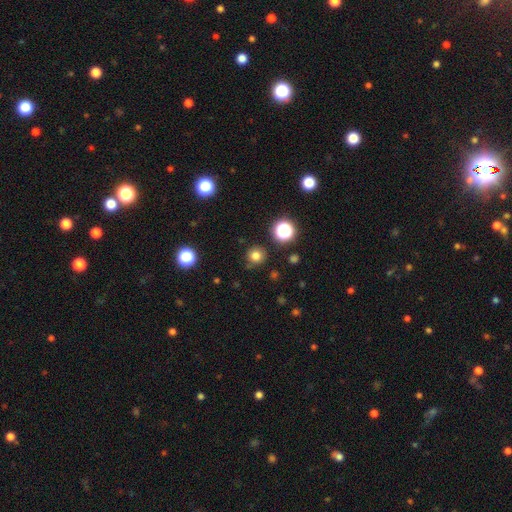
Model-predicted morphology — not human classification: smooth 78%, star or artifact 16%, featured or disk 5%. Down the decision tree: how rounded — round (94%); merging — none (87%).